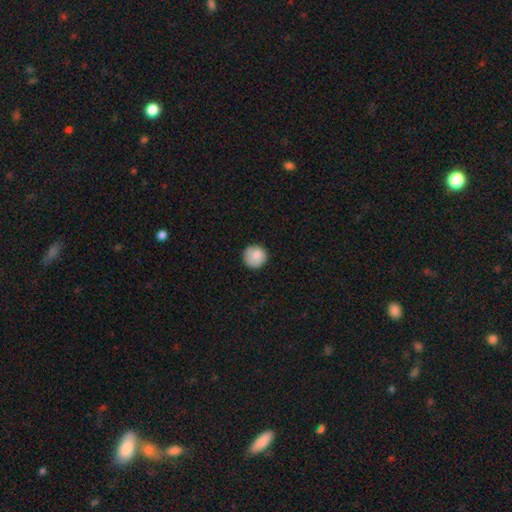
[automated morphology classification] smooth-or-featured: smooth: 81% | featured or disk: 12% | star or artifact: 7%
  how-rounded: round: 93% | in between: 6% | cigar-shaped: 1%
  merging: none: 81% | minor disturbance: 14% | major disturbance: 3% | merger: 1%